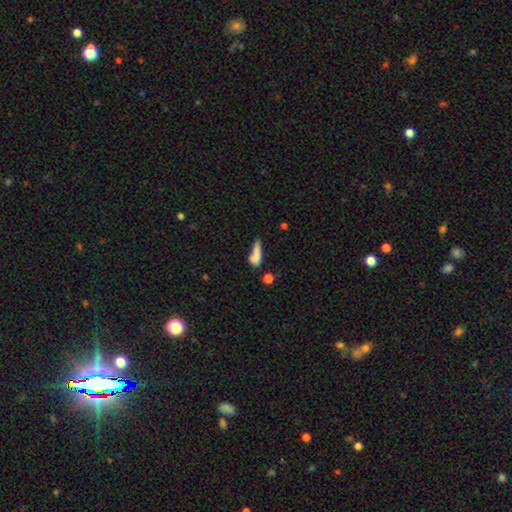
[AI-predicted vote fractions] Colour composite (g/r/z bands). It shows a smooth galaxy with no disk features (71%) that is cigar-shaped (55%). Merging: none (34%).